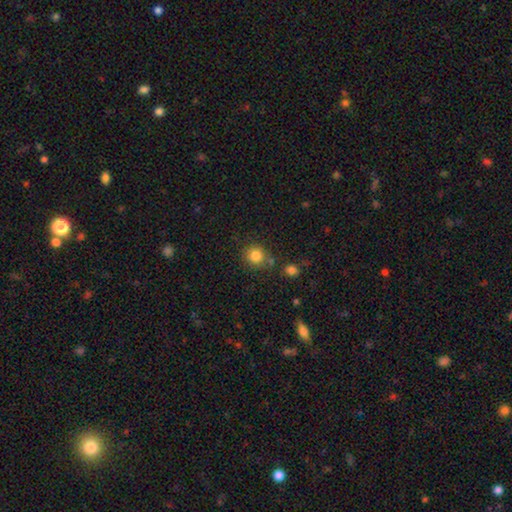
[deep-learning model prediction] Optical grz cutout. It shows a smooth galaxy with no disk features (84%) that is round (89%). Merging: none (76%).